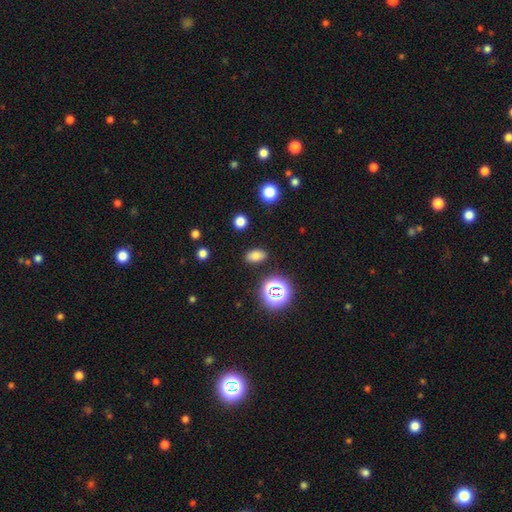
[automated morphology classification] Q: Smooth or featured?
A: smooth (73%); runner-up: star or artifact (19%)
Q: How rounded?
A: in between (86%); runner-up: round (11%)
Q: Merging?
A: none (87%); runner-up: minor disturbance (8%)